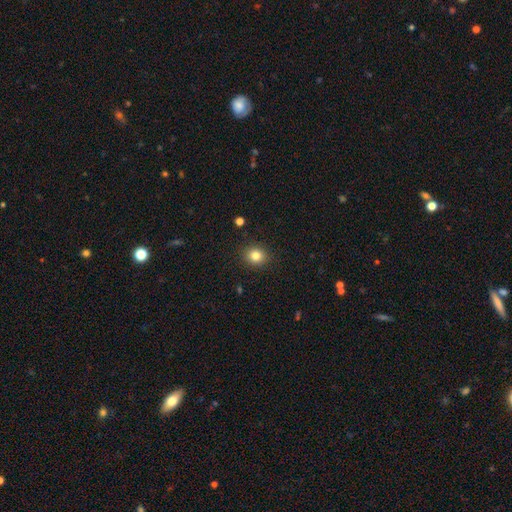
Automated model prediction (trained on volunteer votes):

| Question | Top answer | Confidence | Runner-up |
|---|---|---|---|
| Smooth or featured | smooth | 82% | star or artifact (11%) |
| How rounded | round | 73% | in between (26%) |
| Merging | none | 90% | minor disturbance (7%) |